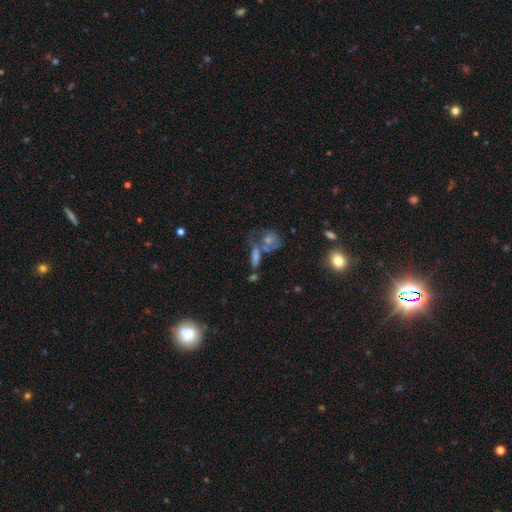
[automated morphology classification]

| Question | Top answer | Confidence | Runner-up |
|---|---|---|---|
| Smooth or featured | smooth | 47% | featured or disk (31%) |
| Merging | none | 42% | merger (32%) |